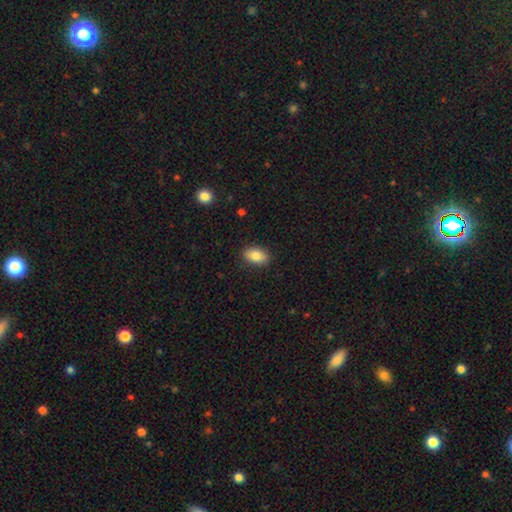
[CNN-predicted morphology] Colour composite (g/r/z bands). It shows a smooth galaxy with no disk features (85%) that is in between round and cigar-shaped (90%). Merging: none (88%).